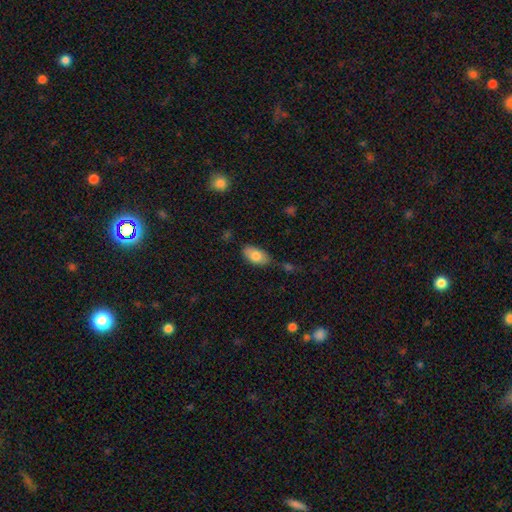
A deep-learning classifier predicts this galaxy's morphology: Smooth or featured? smooth (79%)
How rounded? in between (92%)
Merging? none (66%)